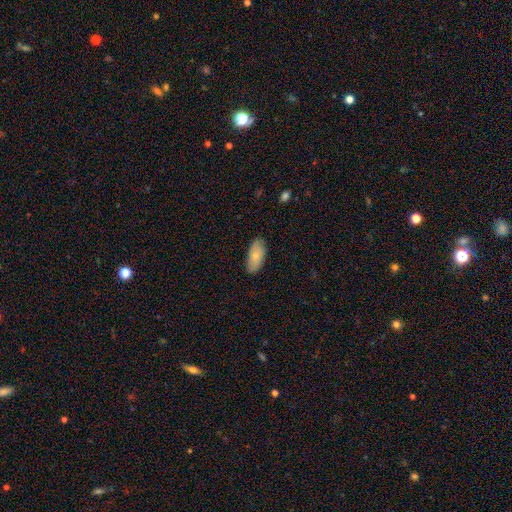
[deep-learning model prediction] The model was most divided on "smooth or featured": smooth: 76%, featured or disk: 18%, star or artifact: 6%. More confident: how rounded — in between (90%); merging — none (84%).